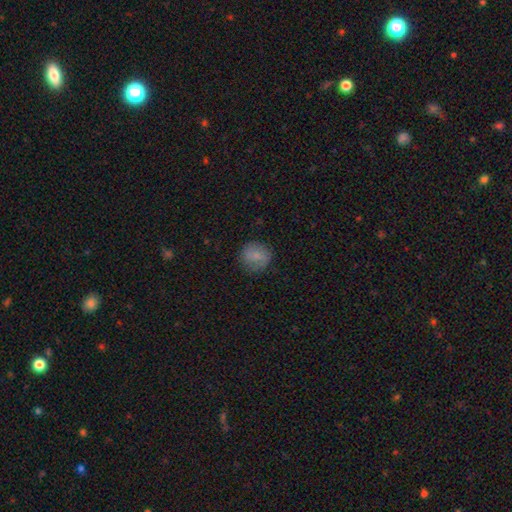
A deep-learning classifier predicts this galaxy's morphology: smooth_or_featured: smooth (p=0.76) [alt: featured or disk p=0.15]
how_rounded: round (p=0.86) [alt: in between p=0.13]
merging: none (p=0.80) [alt: minor disturbance p=0.14]